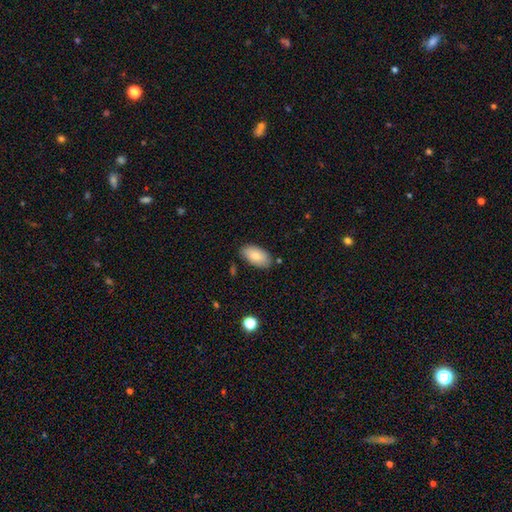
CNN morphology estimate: This appears to be a smooth galaxy with no disk features (83%) that is in between round and cigar-shaped (95%). Merging: none (81%).